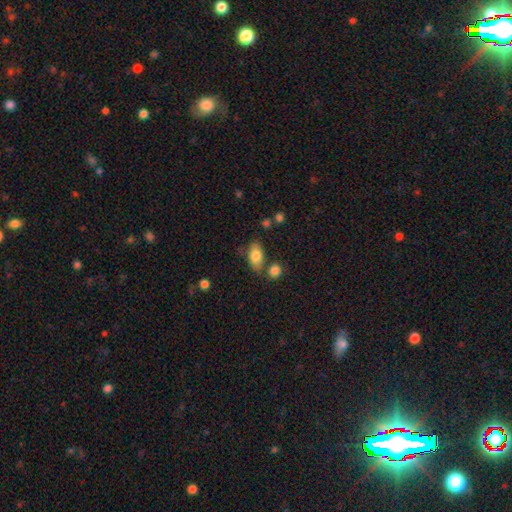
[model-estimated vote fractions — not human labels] Smooth or featured? smooth (80%)
How rounded? in between (89%)
Merging? none (70%)